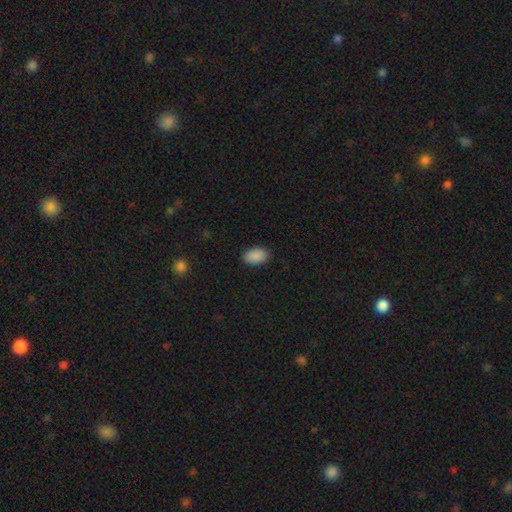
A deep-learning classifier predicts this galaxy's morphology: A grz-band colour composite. It shows a smooth galaxy with no disk features (89%) that is in between round and cigar-shaped (91%). Merging: none (87%).